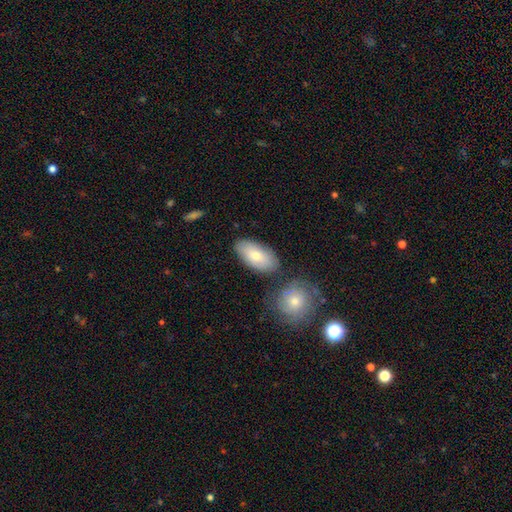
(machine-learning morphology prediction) A smooth galaxy with no disk features (72%) that is in between round and cigar-shaped (92%).

Vote fractions:
- Smooth or featured? smooth: 72% / featured or disk: 21% / star or artifact: 7%
- How rounded? in between: 92% / round: 4% / cigar-shaped: 4%
- Merging? none: 74% / minor disturbance: 13% / merger: 10% / major disturbance: 3%